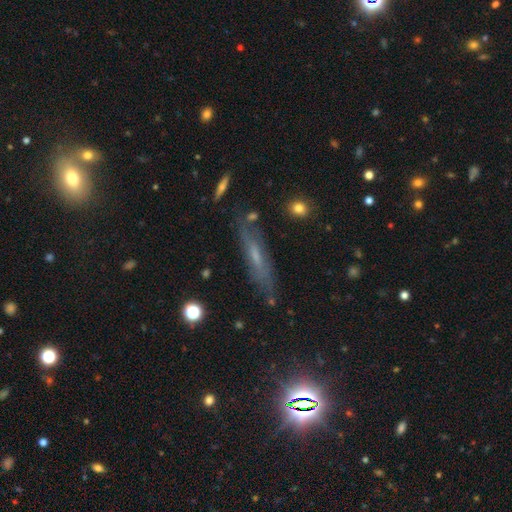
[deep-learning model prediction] Overall: featured or disk (48%; smooth 35%). Merging: none (77%).